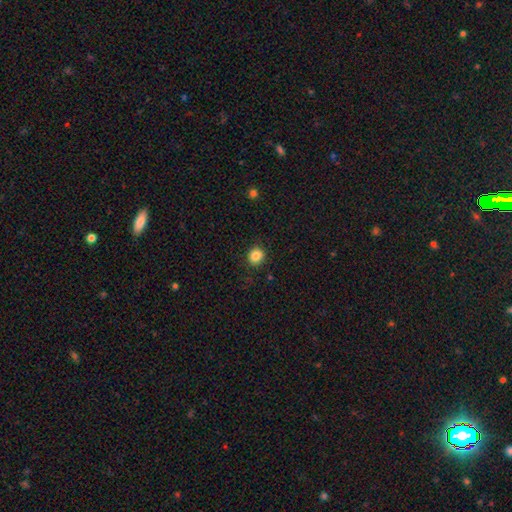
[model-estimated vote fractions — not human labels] smooth_or_featured: smooth (p=0.85) [alt: star or artifact p=0.11]
how_rounded: round (p=0.81) [alt: in between p=0.18]
merging: none (p=0.88) [alt: minor disturbance p=0.08]